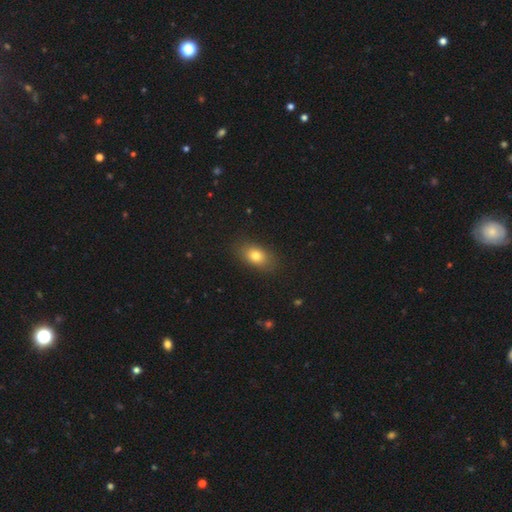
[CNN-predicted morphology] Smooth or featured: smooth — 79% (star or artifact — 11%)
How rounded: in between — 80% (round — 16%)
Merging: none — 86% (minor disturbance — 10%)